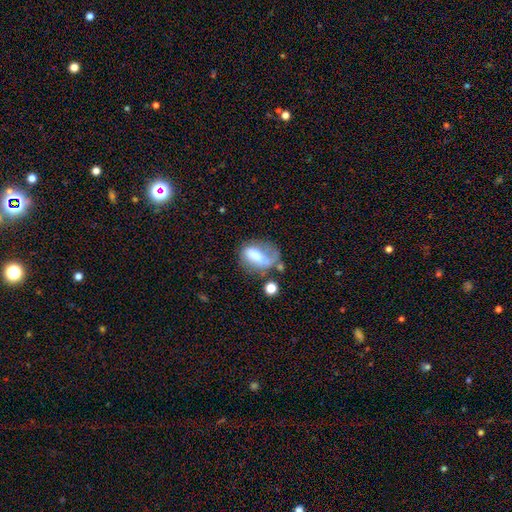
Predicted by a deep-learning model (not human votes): This is possibly a smooth galaxy (56%). How rounded: likely in between (74%). Merging: marginally none (33%).